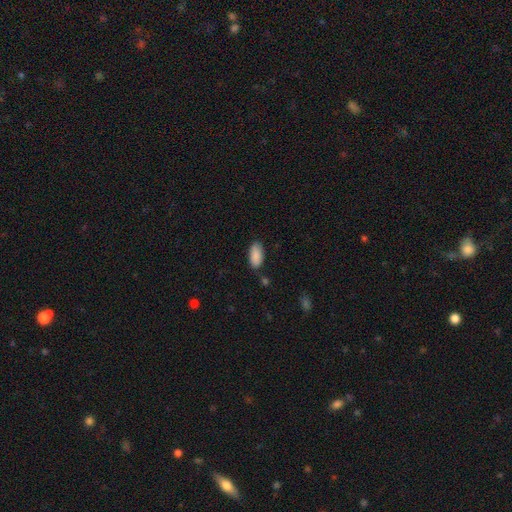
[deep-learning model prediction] A smooth galaxy with no disk features (90%) that is in between round and cigar-shaped (92%). Merging: none (81%).